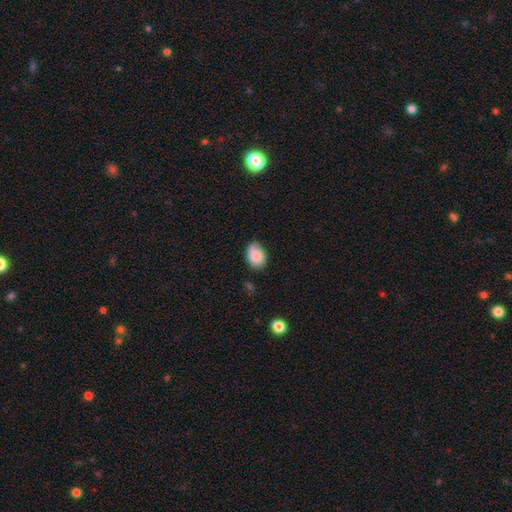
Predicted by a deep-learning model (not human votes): smooth-or-featured: smooth: 86% | star or artifact: 7% | featured or disk: 6%
  how-rounded: in between: 74% | round: 25% | cigar-shaped: 1%
  merging: none: 64% | minor disturbance: 29% | major disturbance: 5% | merger: 2%